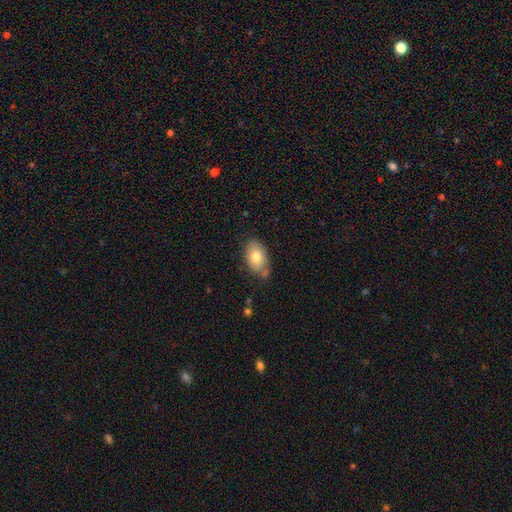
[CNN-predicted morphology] smooth-or-featured: smooth: 78% | featured or disk: 15% | star or artifact: 7%
  how-rounded: in between: 91% | round: 7% | cigar-shaped: 1%
  merging: none: 67% | minor disturbance: 22% | merger: 6% | major disturbance: 4%